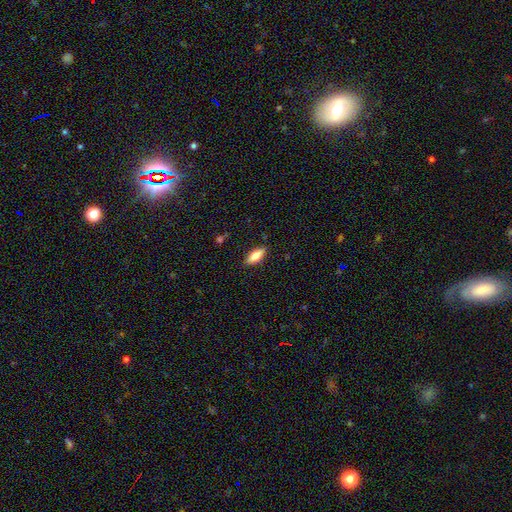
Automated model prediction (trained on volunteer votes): smooth 70%, featured or disk 23%, star or artifact 7%. Down the decision tree: how rounded — in between (71%); merging — none (87%).